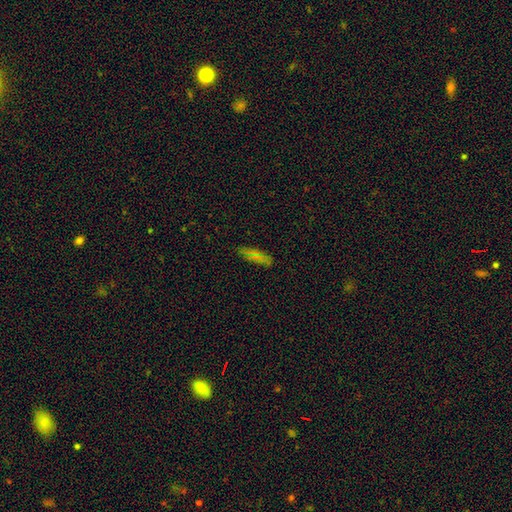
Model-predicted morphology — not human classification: Q: Smooth or featured?
A: smooth (68%); runner-up: featured or disk (16%)
Q: How rounded?
A: cigar-shaped (60%); runner-up: in between (36%)
Q: Merging?
A: none (81%); runner-up: minor disturbance (14%)